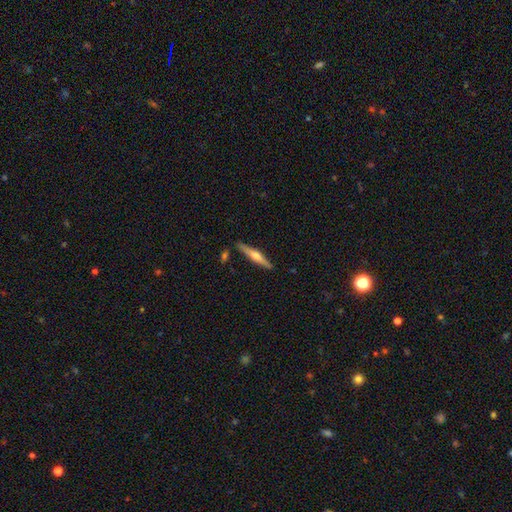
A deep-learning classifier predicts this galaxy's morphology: This is likely a featured or disk galaxy (67%). It is clearly viewed edge-on (97%). Edge-on bulge: clearly rounded (88%). Merging: clearly none (87%).